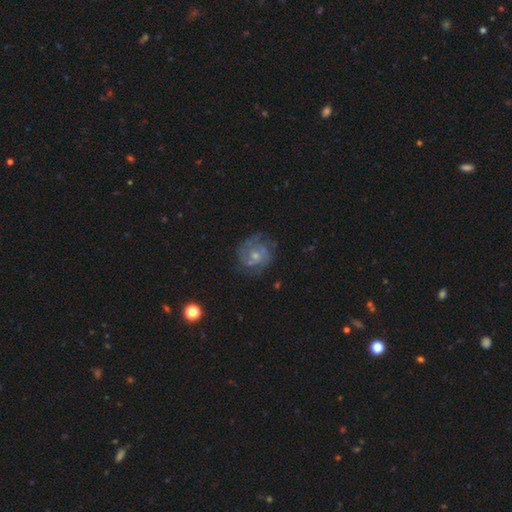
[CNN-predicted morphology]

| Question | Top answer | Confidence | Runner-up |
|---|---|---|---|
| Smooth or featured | featured or disk | 68% | smooth (23%) |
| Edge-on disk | no | 98% | yes (2%) |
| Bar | no | 76% | weak (21%) |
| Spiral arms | yes | 74% | no (26%) |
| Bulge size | small | 55% | moderate (37%) |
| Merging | none | 65% | minor disturbance (20%) |